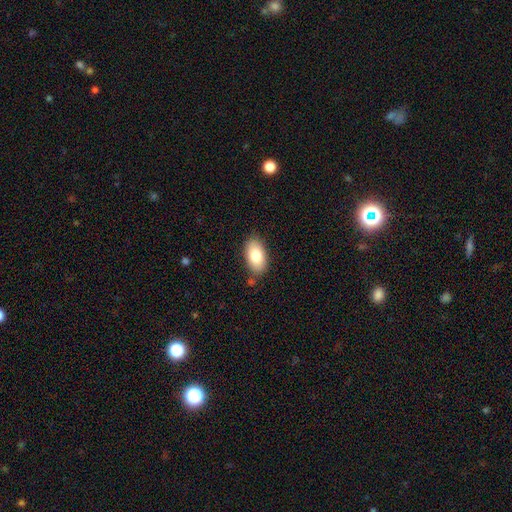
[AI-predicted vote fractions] Overall: smooth (82%). How rounded: in between (94%). Merging: none (82%).